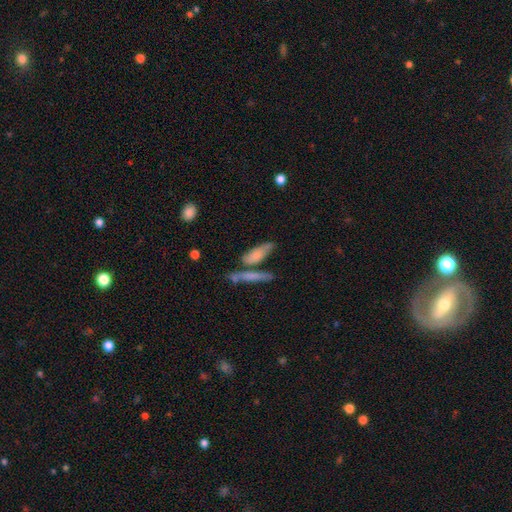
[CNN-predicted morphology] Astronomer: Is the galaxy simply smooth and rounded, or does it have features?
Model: smooth — 69%.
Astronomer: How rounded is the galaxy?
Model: cigar-shaped — 53% (runner-up: in between, 44%).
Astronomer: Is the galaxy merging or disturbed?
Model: none — 52%.